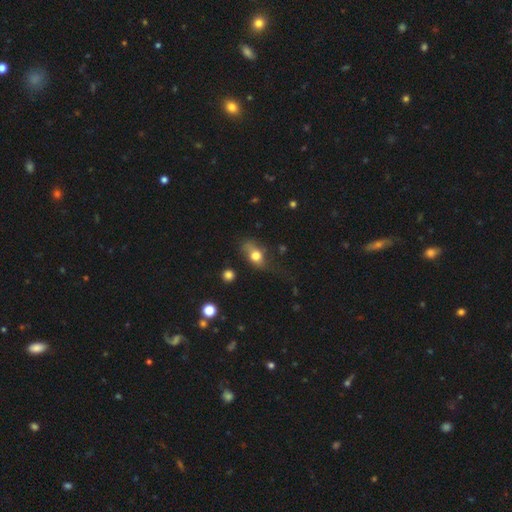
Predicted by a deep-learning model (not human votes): smooth_or_featured: smooth (p=0.68) [alt: featured or disk p=0.21]
how_rounded: in between (p=0.69) [alt: round p=0.24]
merging: none (p=0.42) [alt: minor disturbance p=0.30]